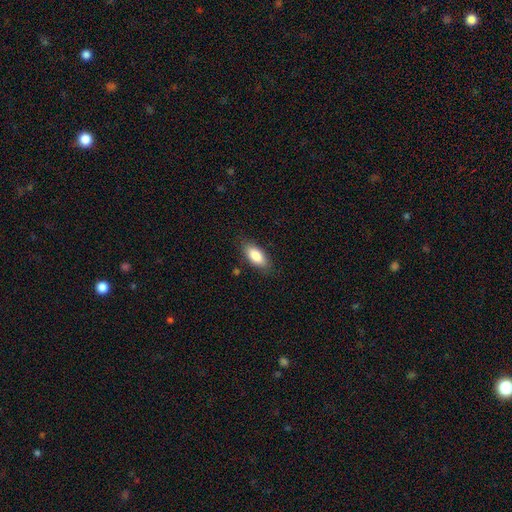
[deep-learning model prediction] Smooth or featured?
  - smooth: 86% *
  - featured or disk: 8%
  - star or artifact: 6%
How rounded?
  - in between: 86% *
  - cigar-shaped: 12%
  - round: 2%
Merging?
  - none: 83% *
  - minor disturbance: 12%
  - major disturbance: 3%
  - merger: 1%